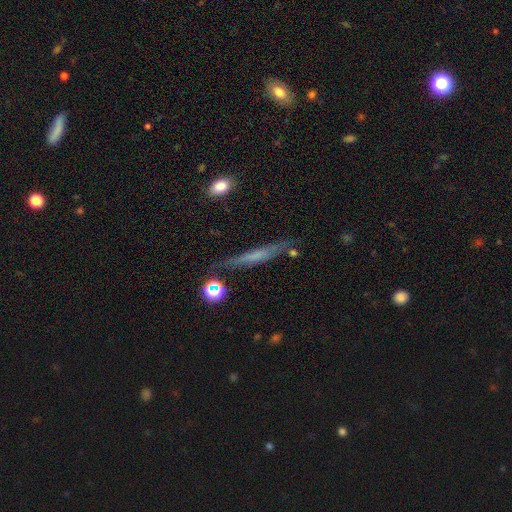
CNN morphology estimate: featured or disk 46%, smooth 42%, star or artifact 12%. Down the decision tree: merging — none (73%).